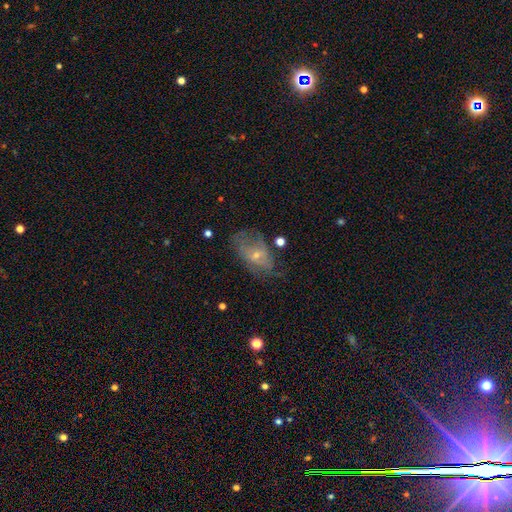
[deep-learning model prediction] Q: Smooth or featured?
A: featured or disk (51%); runner-up: smooth (38%)
Q: Edge-on disk?
A: no (94%); runner-up: yes (6%)
Q: Merging?
A: none (47%); runner-up: minor disturbance (27%)